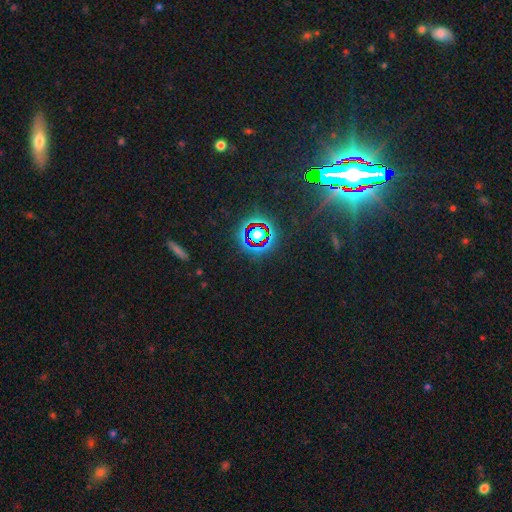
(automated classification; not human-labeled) Q: Smooth or featured?
A: star or artifact (82%); runner-up: featured or disk (9%)